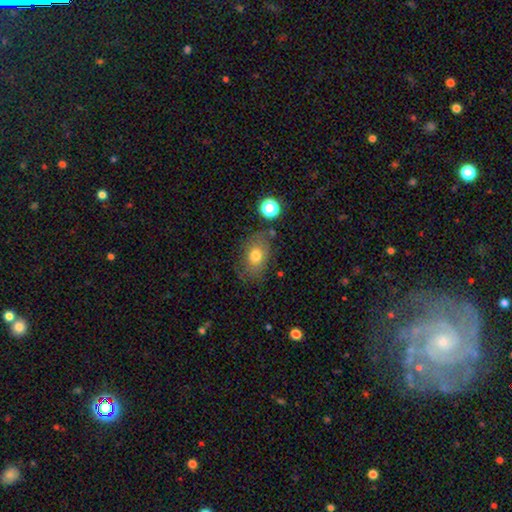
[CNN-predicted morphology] A smooth galaxy with no disk features (74%) that is in between round and cigar-shaped (73%). Merging: none (70%).